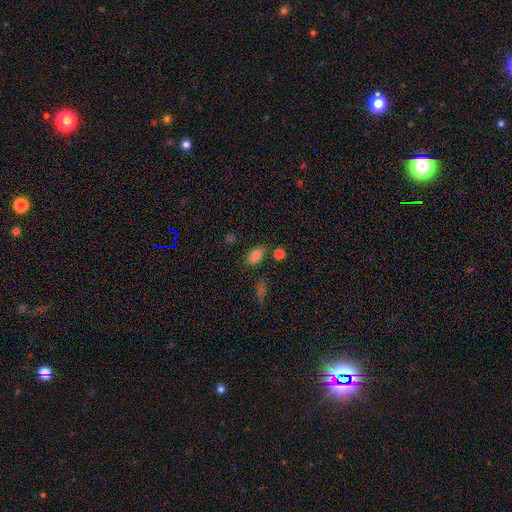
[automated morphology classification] type=smooth (83%); roundness=in between (88%); merging=none (72%).